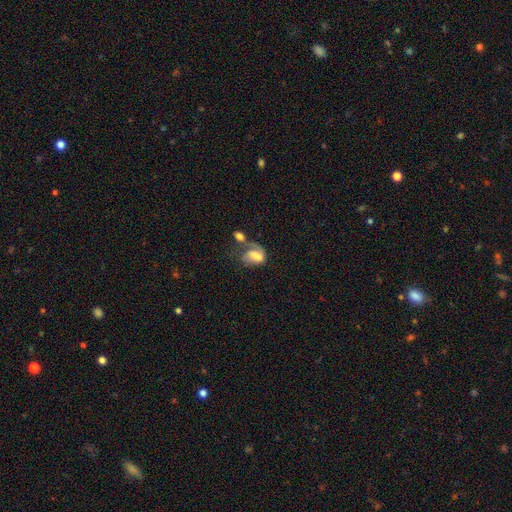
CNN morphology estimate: Smooth or featured? smooth (51%)
How rounded? in between (79%)
Merging? merger (39%)